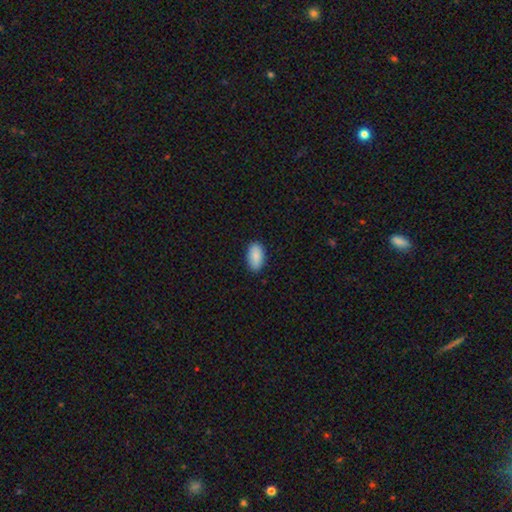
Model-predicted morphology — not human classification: The model was most divided on "merging": none: 86%, minor disturbance: 11%, major disturbance: 2%, merger: 1%. More confident: how rounded — in between (93%); smooth or featured — smooth (89%).